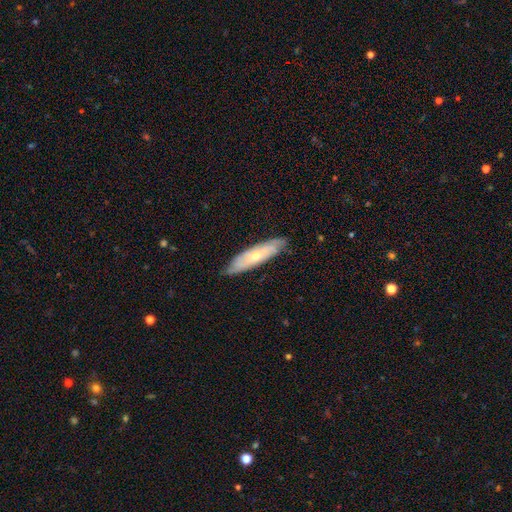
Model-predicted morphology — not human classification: Overall: featured or disk (60%; smooth 34%). Edge-on disk: no (61%; yes 39%). Merging: none (80%).